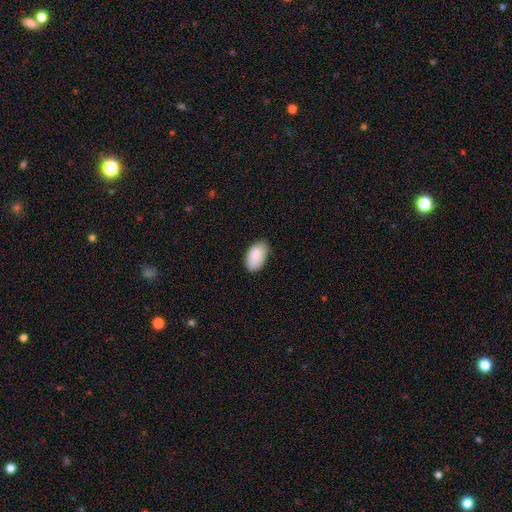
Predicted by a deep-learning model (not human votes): smooth_or_featured: smooth (p=0.88) [alt: star or artifact p=0.06]
how_rounded: in between (p=0.94) [alt: round p=0.05]
merging: none (p=0.77) [alt: minor disturbance p=0.19]